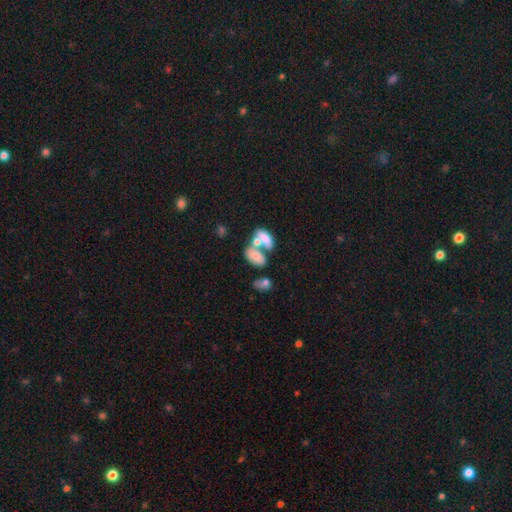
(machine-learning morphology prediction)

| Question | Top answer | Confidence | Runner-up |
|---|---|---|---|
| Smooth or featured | smooth | 66% | featured or disk (23%) |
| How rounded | in between | 89% | round (7%) |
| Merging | merger | 63% | none (20%) |